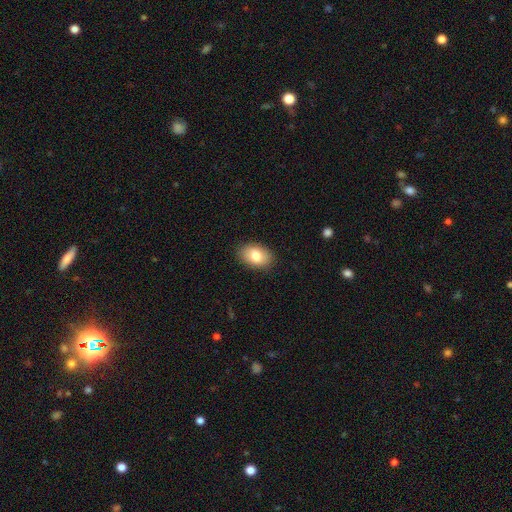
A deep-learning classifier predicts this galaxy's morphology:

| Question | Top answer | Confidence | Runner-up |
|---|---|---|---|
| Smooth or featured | smooth | 80% | featured or disk (13%) |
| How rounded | in between | 86% | round (13%) |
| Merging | none | 88% | minor disturbance (9%) |